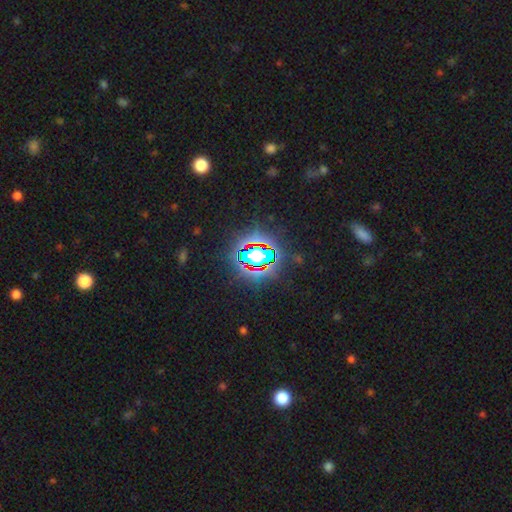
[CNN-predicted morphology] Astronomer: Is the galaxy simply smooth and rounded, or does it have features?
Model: star or artifact — 73%.